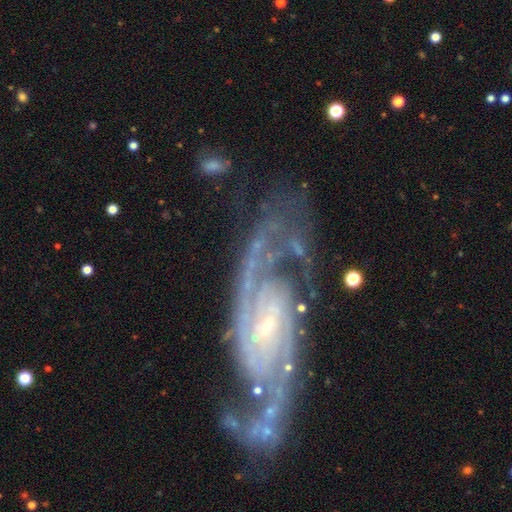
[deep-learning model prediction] Overall: featured or disk (91%). Edge-on disk: no (96%). Bar: weak (45%; no 33%). Spiral arms: yes (98%). Spiral arm count: 2 (79%). Spiral winding: medium (51%; tight 35%). Bulge size: small (74%). Merging: none (68%).